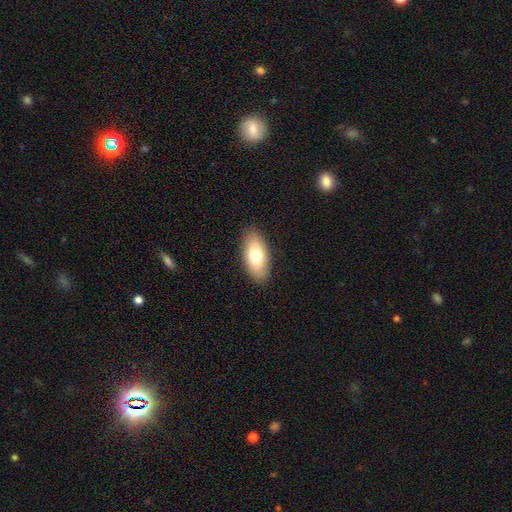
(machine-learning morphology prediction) Q: Smooth or featured?
A: smooth (74%); runner-up: featured or disk (19%)
Q: How rounded?
A: in between (90%); runner-up: cigar-shaped (7%)
Q: Merging?
A: none (88%); runner-up: minor disturbance (9%)